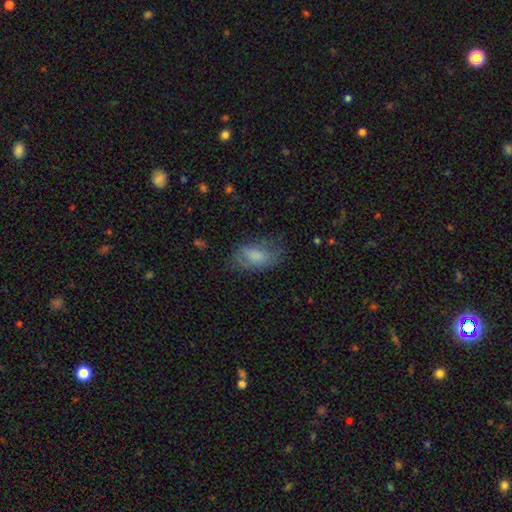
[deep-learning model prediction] Overall: smooth (75%). How rounded: in between (90%). Merging: none (56%; minor disturbance 27%).